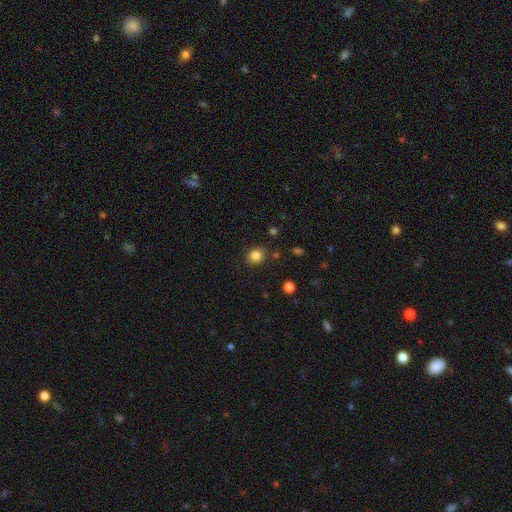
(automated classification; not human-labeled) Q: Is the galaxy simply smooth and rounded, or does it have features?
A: smooth — 83%.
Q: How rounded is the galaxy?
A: round — 76%.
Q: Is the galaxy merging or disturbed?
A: none — 84%.